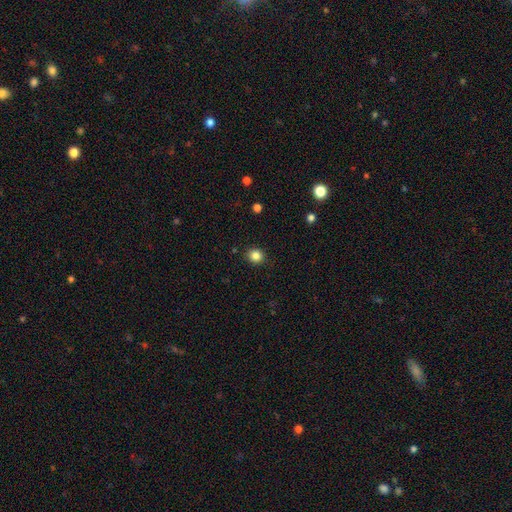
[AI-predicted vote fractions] A smooth galaxy with no disk features (84%) that is round (81%).

Vote fractions:
- Smooth or featured? smooth: 84% / star or artifact: 11% / featured or disk: 5%
- How rounded? round: 81% / in between: 18% / cigar-shaped: 1%
- Merging? none: 89% / minor disturbance: 7% / major disturbance: 2% / merger: 1%